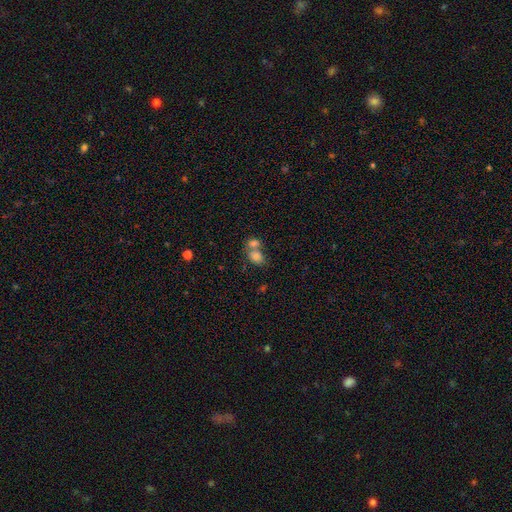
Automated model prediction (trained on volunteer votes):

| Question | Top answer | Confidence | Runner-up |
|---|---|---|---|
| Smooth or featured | smooth | 76% | featured or disk (13%) |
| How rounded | in between | 65% | round (33%) |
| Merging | merger | 59% | none (28%) |